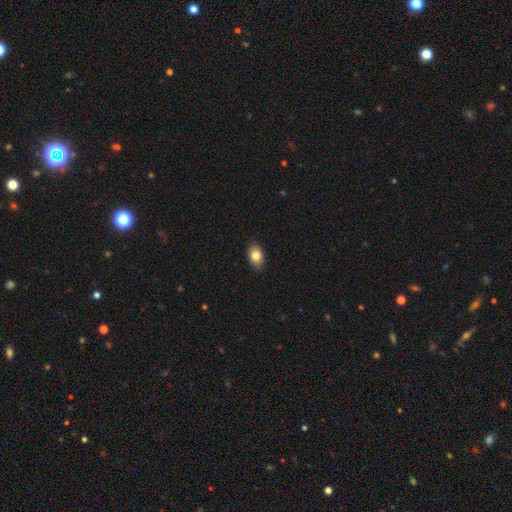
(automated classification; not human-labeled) A smooth galaxy with no disk features (83%) that is in between round and cigar-shaped (86%).

Vote fractions:
- Smooth or featured? smooth: 83% / featured or disk: 9% / star or artifact: 8%
- How rounded? in between: 86% / round: 13% / cigar-shaped: 2%
- Merging? none: 88% / minor disturbance: 10% / major disturbance: 2% / merger: 1%